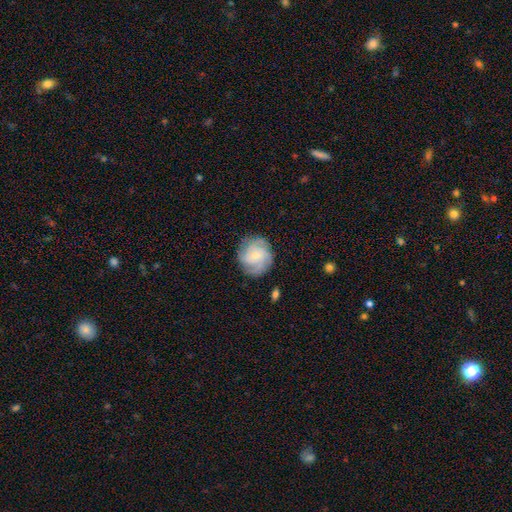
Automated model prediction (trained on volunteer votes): Q: Smooth or featured?
A: featured or disk (66%); runner-up: smooth (27%)
Q: Edge-on disk?
A: no (98%); runner-up: yes (2%)
Q: Bar?
A: no (67%); runner-up: weak (29%)
Q: Spiral arms?
A: yes (92%); runner-up: no (8%)
Q: Spiral winding?
A: tight (56%); runner-up: medium (33%)
Q: Spiral arm count?
A: can't tell (35%); runner-up: 3 (23%)
Q: Bulge size?
A: small (66%); runner-up: moderate (28%)
Q: Merging?
A: none (78%); runner-up: minor disturbance (15%)